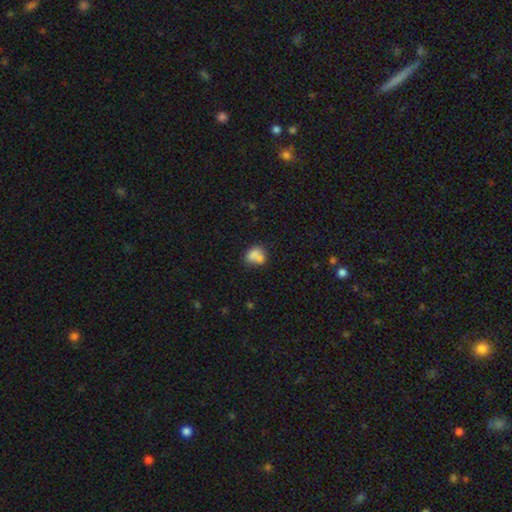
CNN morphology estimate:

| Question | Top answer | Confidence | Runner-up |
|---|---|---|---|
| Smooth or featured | smooth | 75% | featured or disk (15%) |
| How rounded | round | 53% | in between (46%) |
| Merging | merger | 48% | none (34%) |